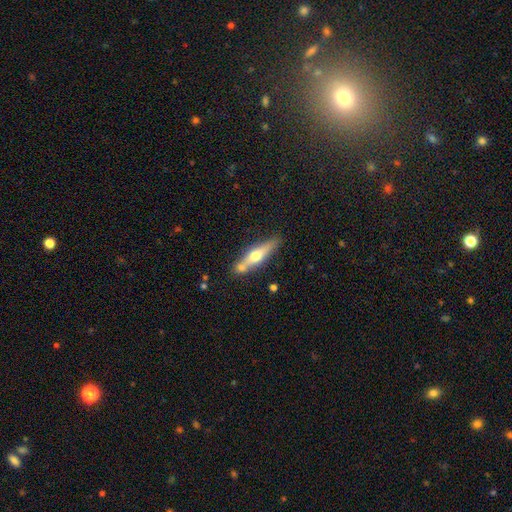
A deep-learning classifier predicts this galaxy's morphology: The model was most divided on "smooth or featured": featured or disk: 51%, smooth: 43%, star or artifact: 6%. More confident: edge-on disk — yes (89%); merging — none (68%).